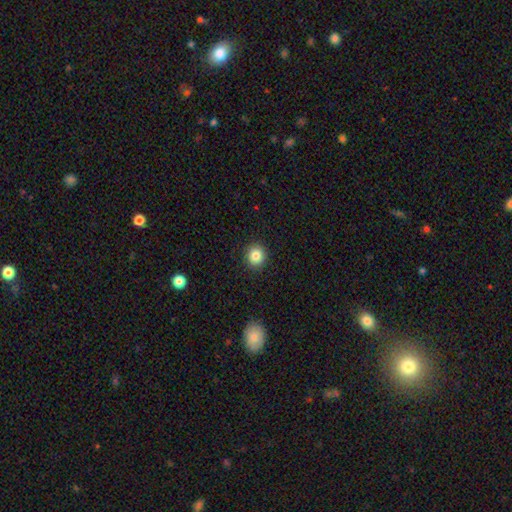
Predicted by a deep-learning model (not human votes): Smooth or featured: smooth — 84% (star or artifact — 10%)
How rounded: round — 87% (in between — 12%)
Merging: none — 91% (minor disturbance — 6%)